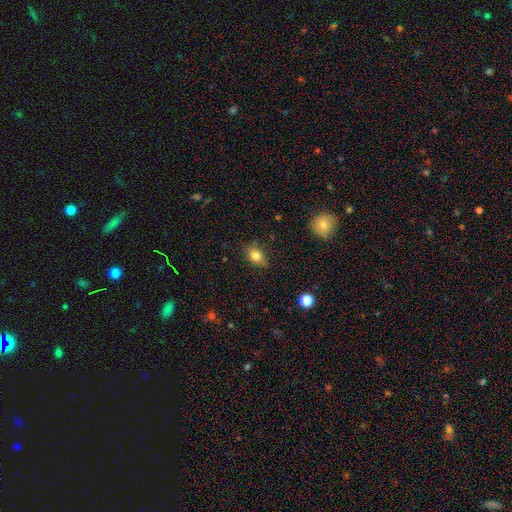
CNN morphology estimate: The model was most divided on "how rounded": in between: 71%, round: 27%, cigar-shaped: 2%. More confident: smooth or featured — smooth (81%); merging — none (80%).